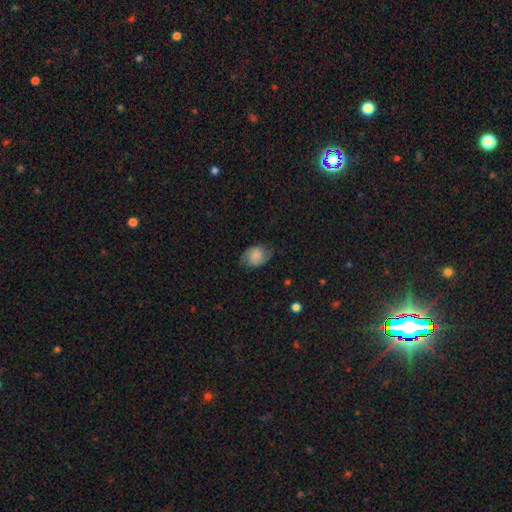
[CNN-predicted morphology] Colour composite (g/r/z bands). It shows a smooth galaxy with no disk features (47%). Merging: none (68%).